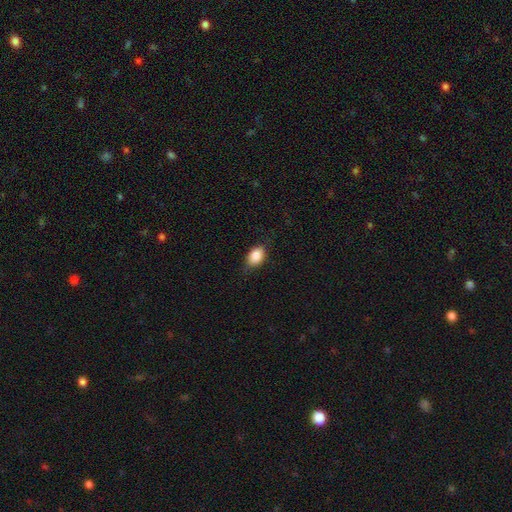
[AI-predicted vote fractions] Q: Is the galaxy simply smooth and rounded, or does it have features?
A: smooth — 85%.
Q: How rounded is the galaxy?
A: in between — 80%.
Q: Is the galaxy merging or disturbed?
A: none — 75%.